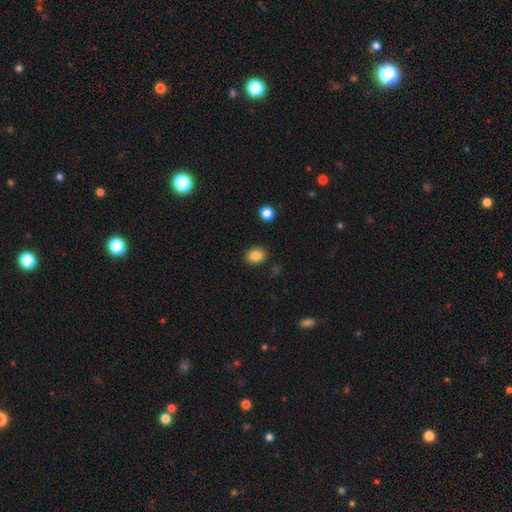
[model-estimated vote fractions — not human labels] A smooth galaxy with no disk features (85%) that is in between round and cigar-shaped (58%). Merging: none (87%).